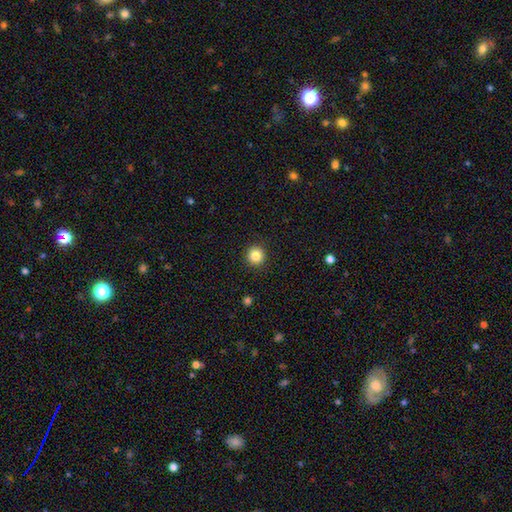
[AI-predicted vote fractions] Smooth or featured?
  - smooth: 84% *
  - star or artifact: 11%
  - featured or disk: 5%
How rounded?
  - round: 94% *
  - in between: 5%
  - cigar-shaped: 1%
Merging?
  - none: 92% *
  - minor disturbance: 5%
  - major disturbance: 2%
  - merger: 1%